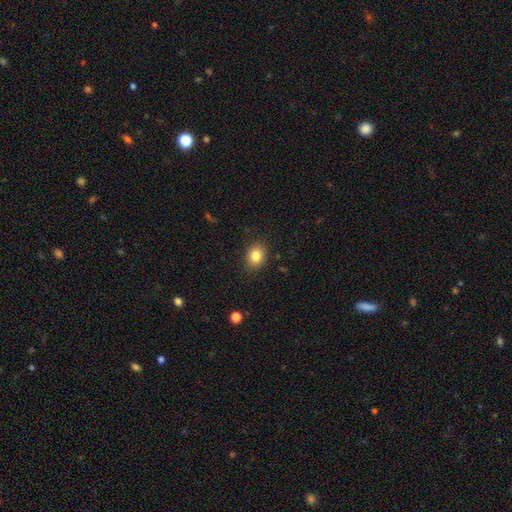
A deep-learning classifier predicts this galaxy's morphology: Smooth or featured? smooth (83%)
How rounded? round (52%)
Merging? none (87%)